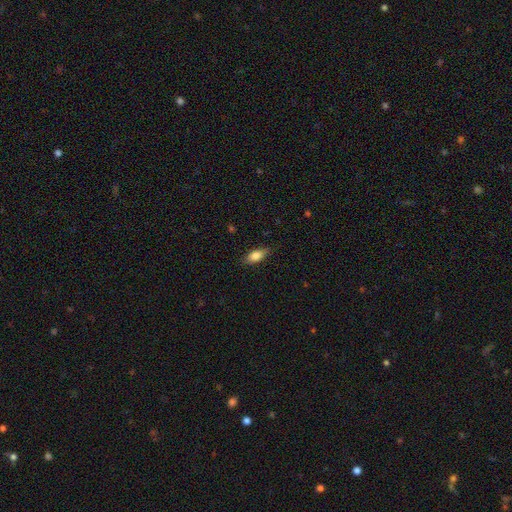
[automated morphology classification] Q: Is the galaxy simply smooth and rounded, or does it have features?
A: smooth — 77%.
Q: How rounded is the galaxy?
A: in between — 79%.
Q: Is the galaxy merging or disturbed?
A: none — 83%.